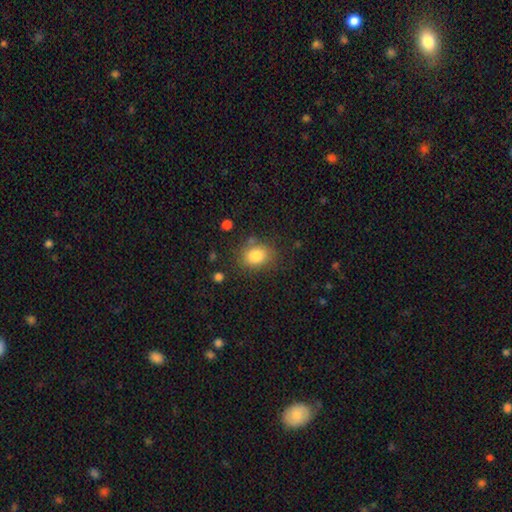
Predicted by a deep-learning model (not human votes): The model was most divided on "how rounded": in between: 59%, round: 40%, cigar-shaped: 1%. More confident: smooth or featured — smooth (84%); merging — none (73%).